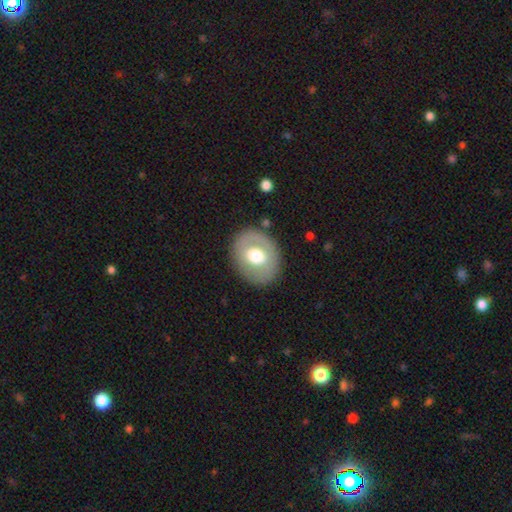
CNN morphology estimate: This appears to be a smooth galaxy with no disk features (56%) that is round (57%). Merging: none (83%).